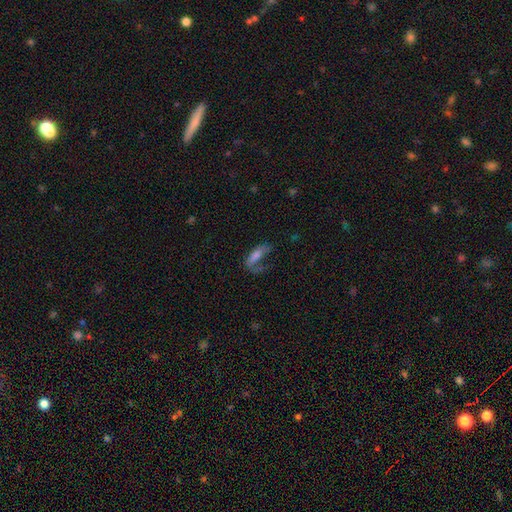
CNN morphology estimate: Q: Smooth or featured?
A: smooth (58%); runner-up: featured or disk (31%)
Q: How rounded?
A: in between (60%); runner-up: cigar-shaped (36%)
Q: Merging?
A: major disturbance (46%); runner-up: none (29%)